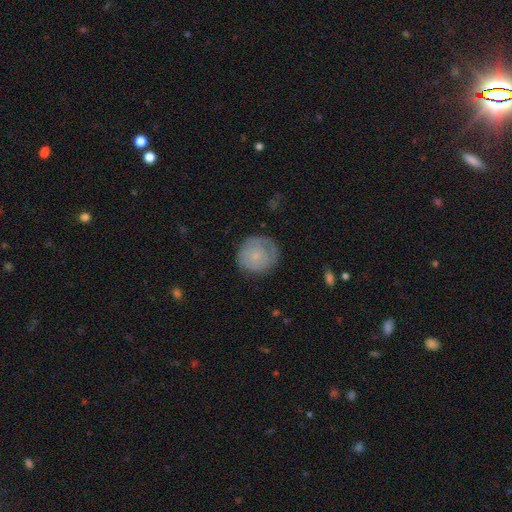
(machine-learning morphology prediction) smooth-or-featured: smooth: 64% | featured or disk: 30% | star or artifact: 7%
  how-rounded: round: 90% | in between: 9% | cigar-shaped: 1%
  merging: none: 75% | minor disturbance: 18% | major disturbance: 6% | merger: 1%